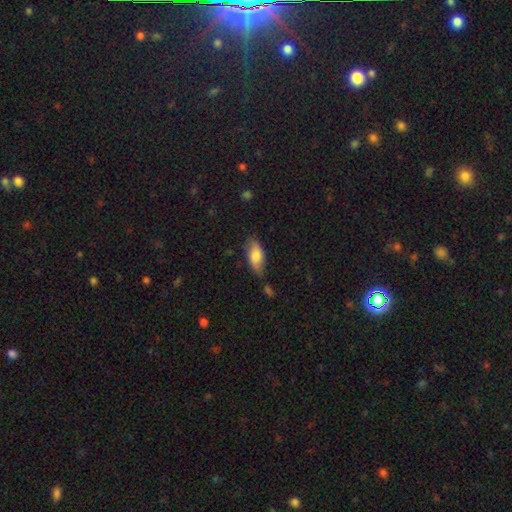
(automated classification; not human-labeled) A smooth galaxy with no disk features (78%) that is in between round and cigar-shaped (86%). Merging: none (65%).